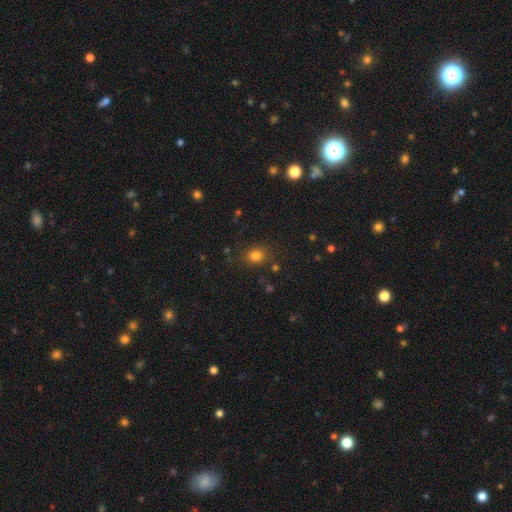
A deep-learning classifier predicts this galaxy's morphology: Overall: smooth (78%). How rounded: round (69%; in between 30%). Merging: none (81%).